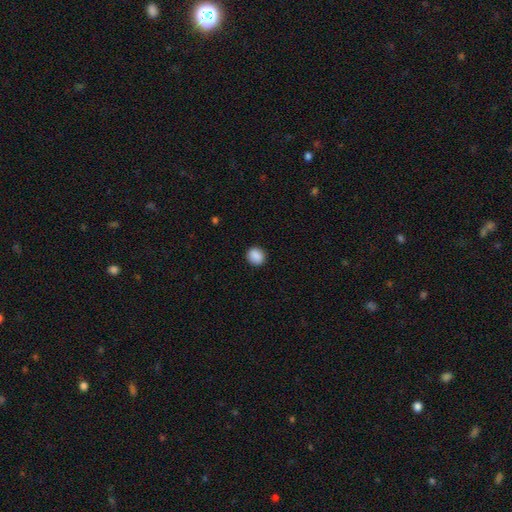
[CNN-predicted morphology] A smooth galaxy with no disk features (89%) that is round (78%). Merging: none (90%).